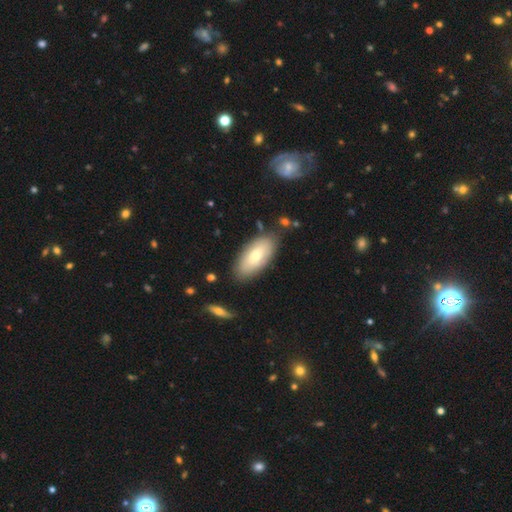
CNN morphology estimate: smooth_or_featured: smooth (p=0.70) [alt: featured or disk p=0.24]
how_rounded: in between (p=0.90) [alt: cigar-shaped p=0.08]
merging: none (p=0.80) [alt: minor disturbance p=0.13]